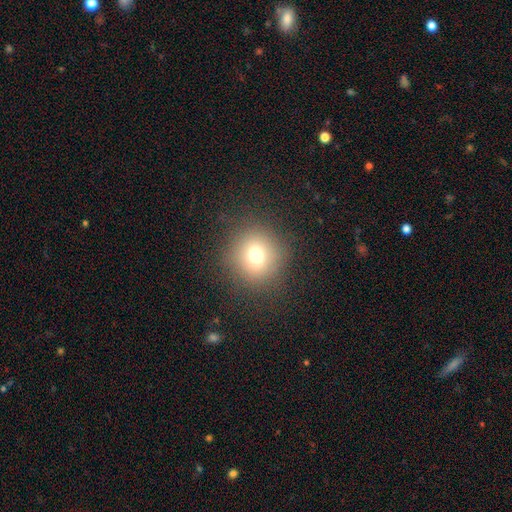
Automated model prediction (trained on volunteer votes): The model was most divided on "smooth or featured": smooth: 72%, star or artifact: 16%, featured or disk: 11%. More confident: how rounded — round (92%); merging — none (87%).